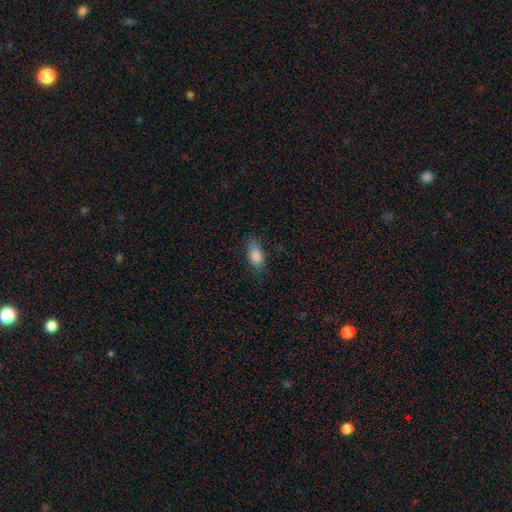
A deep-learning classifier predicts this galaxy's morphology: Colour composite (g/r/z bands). It shows a smooth galaxy with no disk features (85%) that is in between round and cigar-shaped (88%). Merging: none (72%).